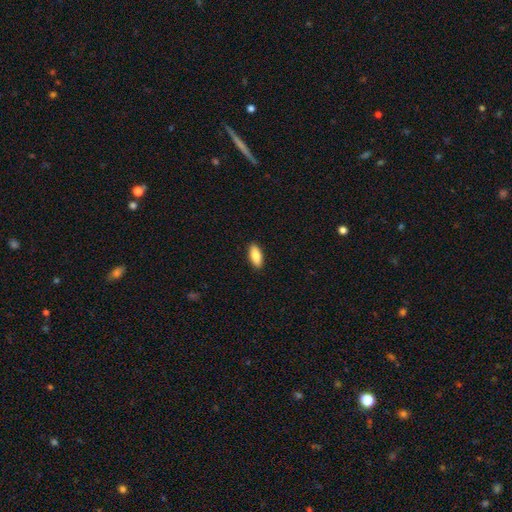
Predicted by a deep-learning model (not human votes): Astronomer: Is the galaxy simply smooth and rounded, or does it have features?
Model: smooth — 85%.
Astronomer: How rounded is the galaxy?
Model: in between — 81%.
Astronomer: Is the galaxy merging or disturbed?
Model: none — 91%.